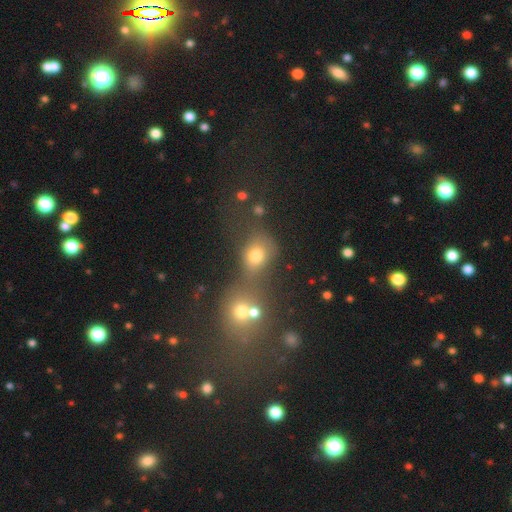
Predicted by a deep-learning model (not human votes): A smooth galaxy with no disk features (70%) that is round (63%). Merging: merger (40%).